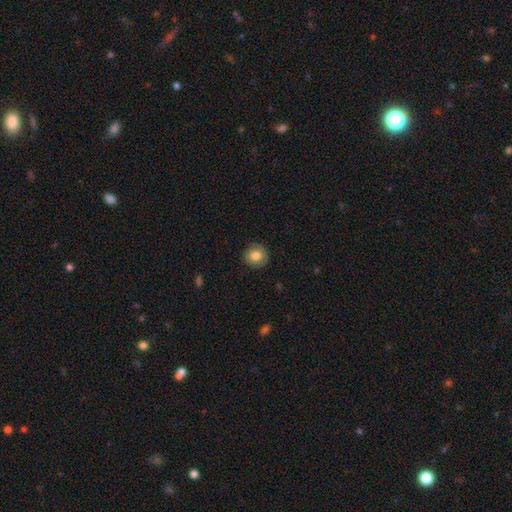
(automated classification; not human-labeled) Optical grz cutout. It shows a smooth galaxy with no disk features (80%) that is round (92%). Merging: none (88%).